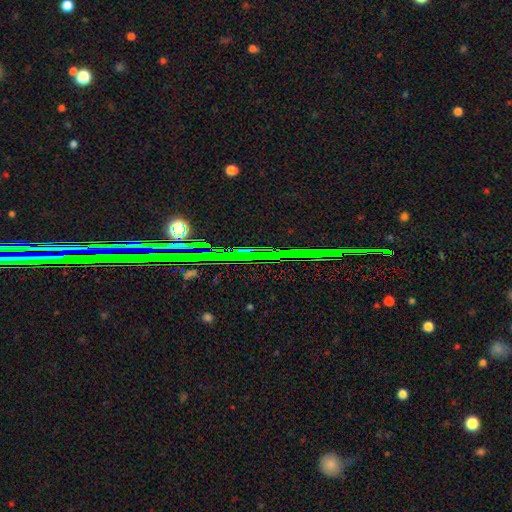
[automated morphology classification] smooth_or_featured: star or artifact (p=0.81) [alt: featured or disk p=0.11]